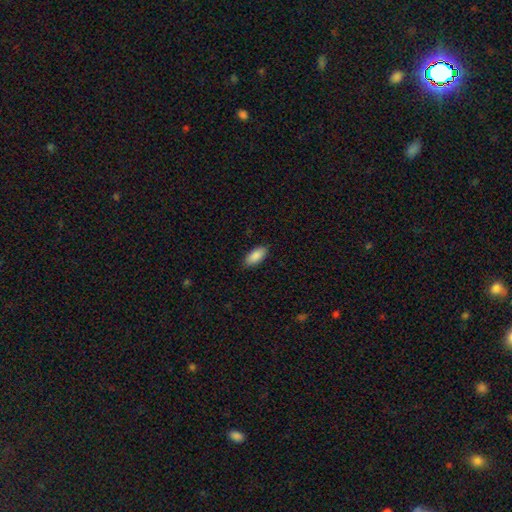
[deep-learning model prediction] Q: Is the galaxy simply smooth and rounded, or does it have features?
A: smooth — 89%.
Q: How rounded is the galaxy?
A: in between — 90%.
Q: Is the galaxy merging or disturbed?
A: none — 88%.